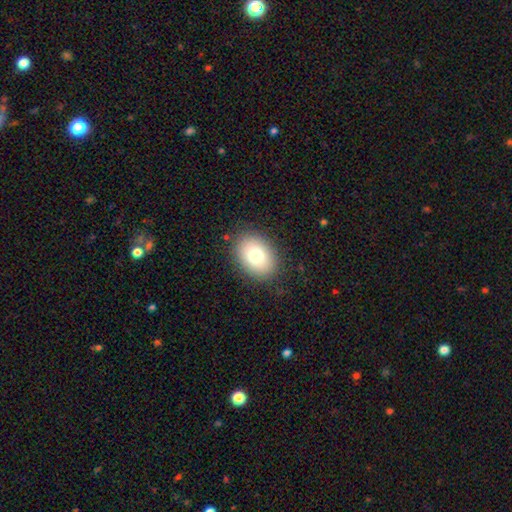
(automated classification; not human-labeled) smooth 78%, featured or disk 13%, star or artifact 9%. Down the decision tree: how rounded — in between (72%); merging — none (86%).